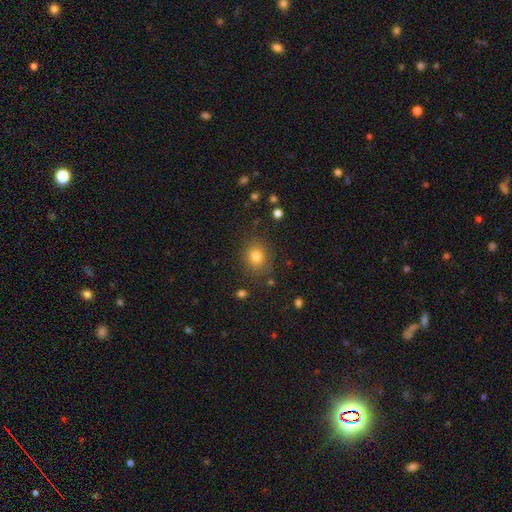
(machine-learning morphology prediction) Smooth or featured?
  - smooth: 81% *
  - star or artifact: 12%
  - featured or disk: 7%
How rounded?
  - round: 65% *
  - in between: 34%
  - cigar-shaped: 1%
Merging?
  - none: 84% *
  - minor disturbance: 10%
  - major disturbance: 4%
  - merger: 2%